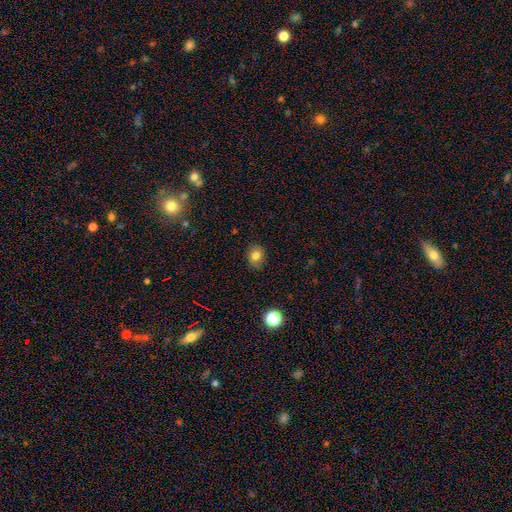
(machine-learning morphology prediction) The model was most divided on "how rounded": round: 59%, in between: 40%, cigar-shaped: 1%. More confident: merging — none (85%); smooth or featured — smooth (80%).